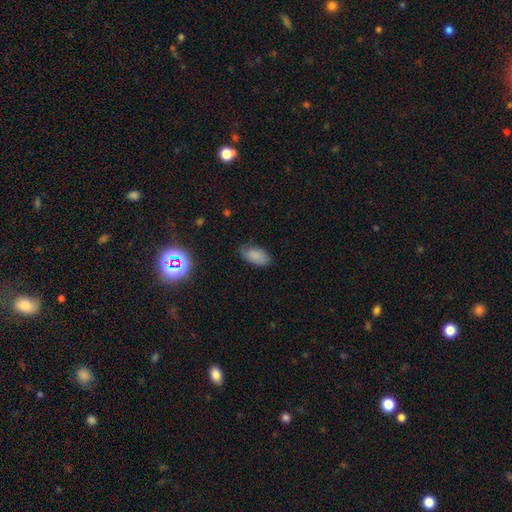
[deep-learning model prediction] Smooth or featured: smooth — 81% (star or artifact — 10%)
How rounded: in between — 93% (round — 4%)
Merging: none — 71% (minor disturbance — 23%)